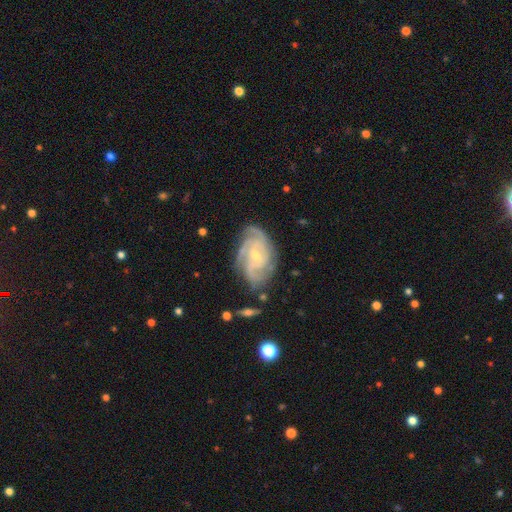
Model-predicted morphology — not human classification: This is clearly a featured or disk galaxy (89%). It is clearly not viewed edge-on (97%). Bar: possibly no (52%). Spiral arm pattern: clearly yes (98%). Spiral arm count: marginally 3 (33%). Spiral winding: likely tight (62%). Central bulge: likely small (69%). Merging: likely none (73%).